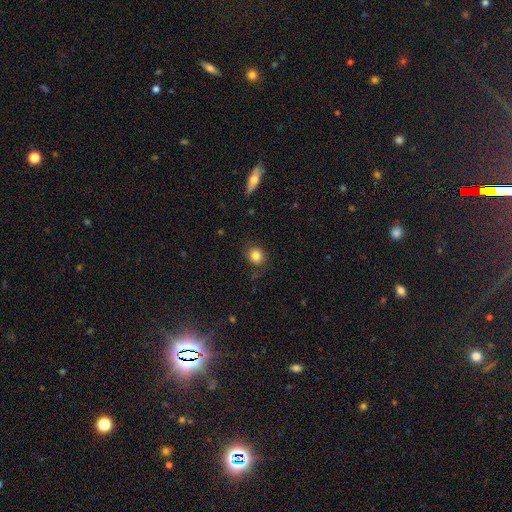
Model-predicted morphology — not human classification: Smooth or featured?
  - smooth: 83% *
  - star or artifact: 11%
  - featured or disk: 6%
How rounded?
  - round: 75% *
  - in between: 24%
  - cigar-shaped: 1%
Merging?
  - none: 84% *
  - minor disturbance: 12%
  - major disturbance: 3%
  - merger: 1%